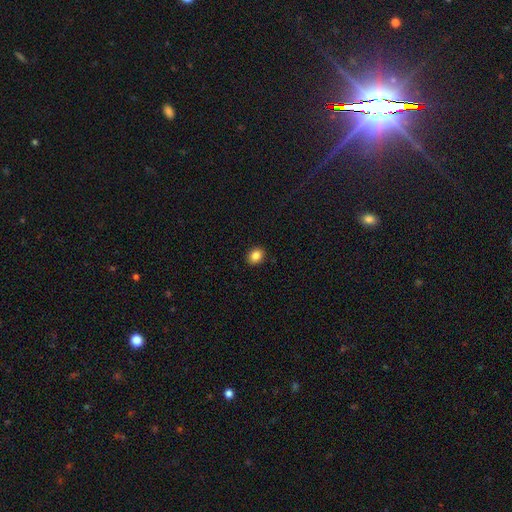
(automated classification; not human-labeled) The model was most divided on "how rounded": round: 57%, in between: 42%, cigar-shaped: 1%. More confident: merging — none (91%); smooth or featured — smooth (85%).